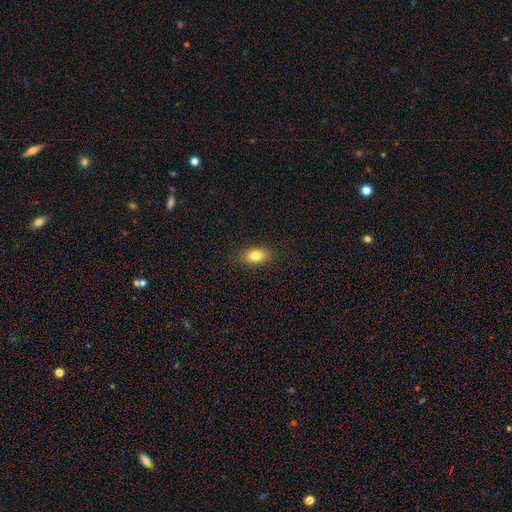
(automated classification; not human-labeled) Smooth or featured: smooth — 80% (featured or disk — 11%)
How rounded: in between — 86% (round — 7%)
Merging: none — 87% (minor disturbance — 10%)